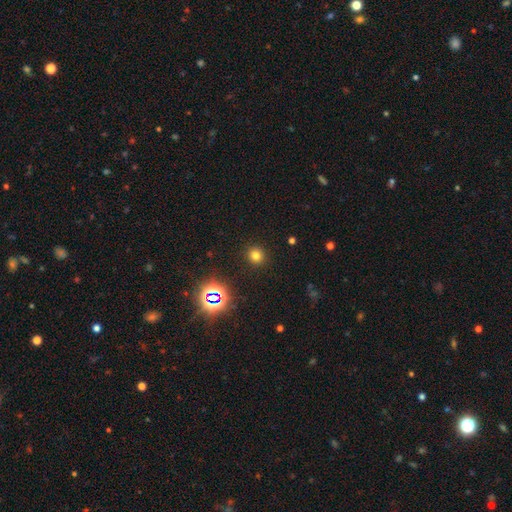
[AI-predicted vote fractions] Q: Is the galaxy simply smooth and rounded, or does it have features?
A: smooth — 73%.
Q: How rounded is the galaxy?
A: round — 90%.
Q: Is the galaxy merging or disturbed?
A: none — 91%.